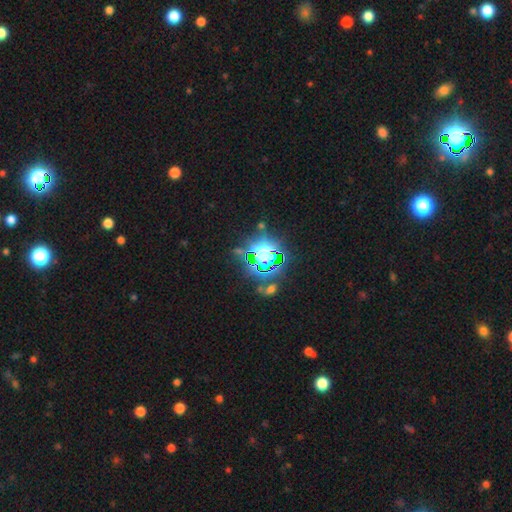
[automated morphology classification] type=star or artifact (82%).